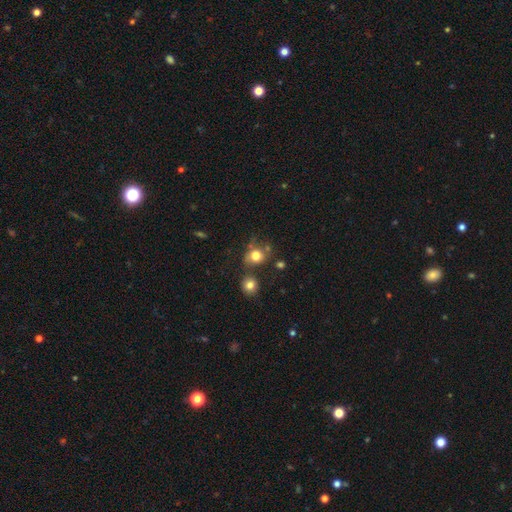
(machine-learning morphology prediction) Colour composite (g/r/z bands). It shows a smooth galaxy with no disk features (76%) that is round (73%). Merging: none (57%).